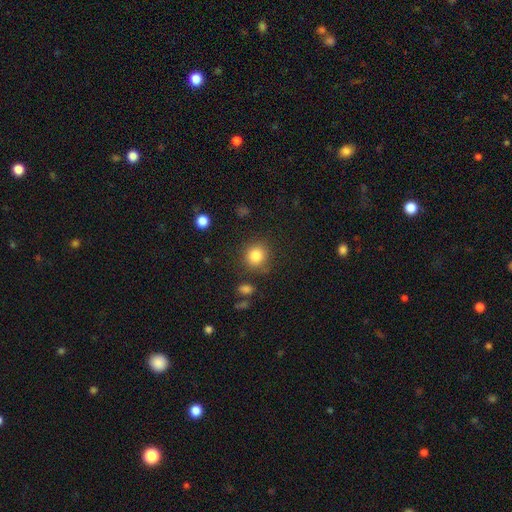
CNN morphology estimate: Q: Smooth or featured?
A: smooth (84%); runner-up: star or artifact (10%)
Q: How rounded?
A: round (87%); runner-up: in between (12%)
Q: Merging?
A: none (84%); runner-up: minor disturbance (9%)